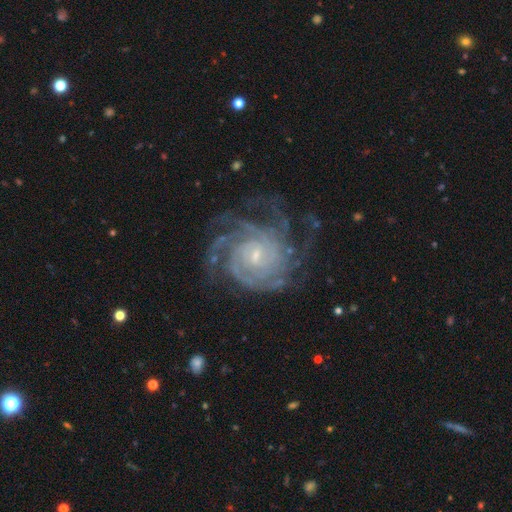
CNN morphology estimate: A featured or disk galaxy (90%) with no bar (70%), 4 (28%) tight (74%) spiral arms (98%) and a small central bulge (74%).

Vote fractions:
- Smooth or featured? featured or disk: 90% / star or artifact: 6% / smooth: 4%
- Edge-on disk? no: 98% / yes: 2%
- Bar? no: 70% / weak: 23% / strong: 7%
- Spiral arms? yes: 98% / no: 2%
- Spiral winding? tight: 74% / medium: 23% / loose: 4%
- Spiral arm count? 4: 28% / can't tell: 19% / 3: 17% / more than 4: 17% / 2: 11% / 1: 8%
- Bulge size? small: 74% / moderate: 20% / none: 3% / large: 2% / dominant: 1%
- Merging? none: 72% / minor disturbance: 16% / major disturbance: 10% / merger: 1%